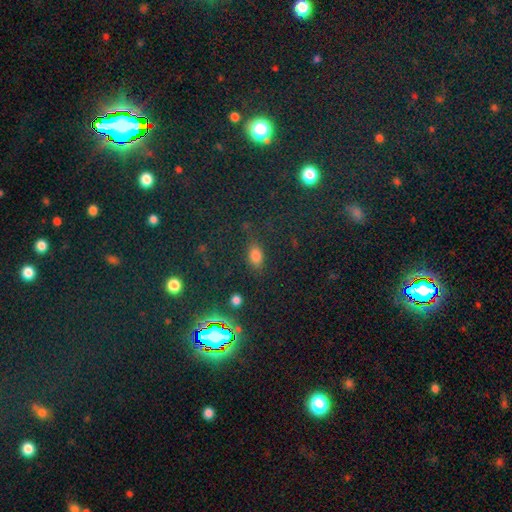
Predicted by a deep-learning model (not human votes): Smooth or featured? smooth (73%)
How rounded? in between (83%)
Merging? none (77%)